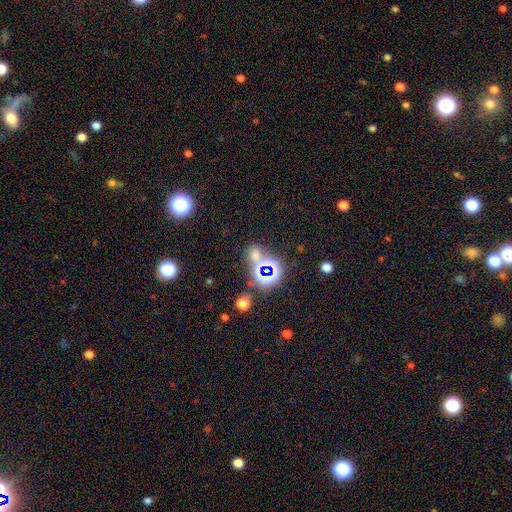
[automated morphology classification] smooth_or_featured: star or artifact (p=0.56) [alt: smooth p=0.35]